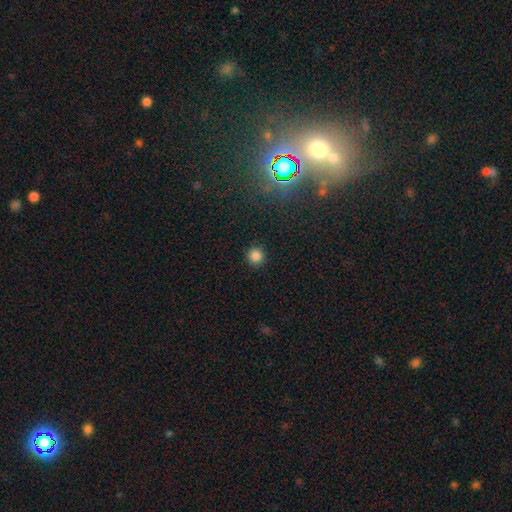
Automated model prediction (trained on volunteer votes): Morphology: type=smooth (84%); roundness=round (95%); merging=none (92%).